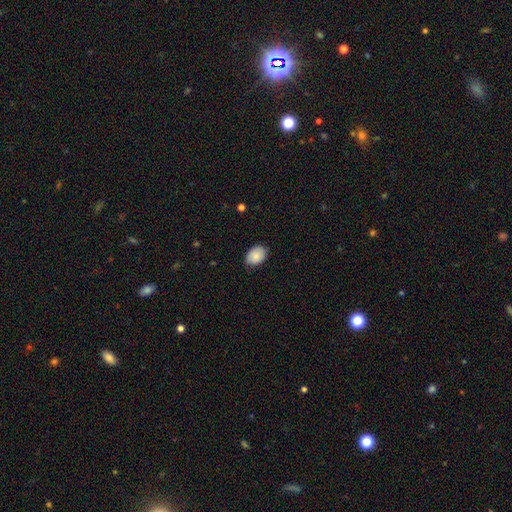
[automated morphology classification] Q: Smooth or featured?
A: smooth (85%); runner-up: featured or disk (8%)
Q: How rounded?
A: in between (78%); runner-up: round (21%)
Q: Merging?
A: none (79%); runner-up: minor disturbance (17%)